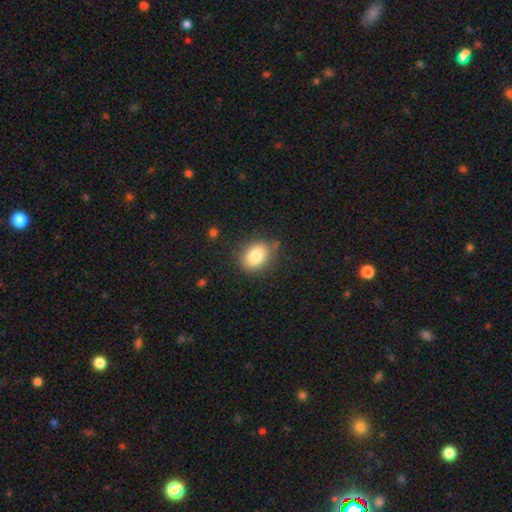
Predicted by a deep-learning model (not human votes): smooth 82%, featured or disk 9%, star or artifact 9%. Down the decision tree: how rounded — in between (70%); merging — none (76%).